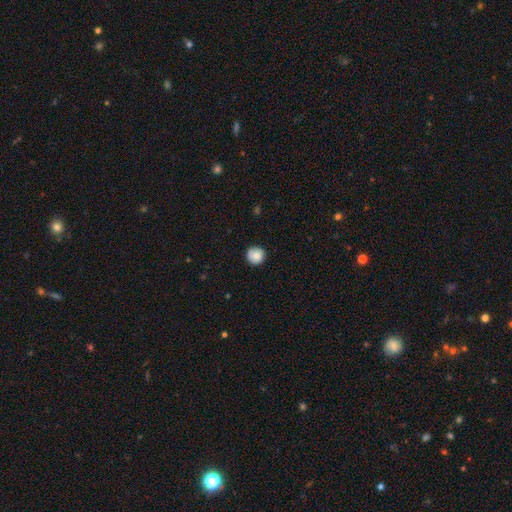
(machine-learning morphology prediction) smooth_or_featured: smooth (p=0.78) [alt: featured or disk p=0.14]
how_rounded: round (p=0.94) [alt: in between p=0.05]
merging: none (p=0.85) [alt: minor disturbance p=0.12]